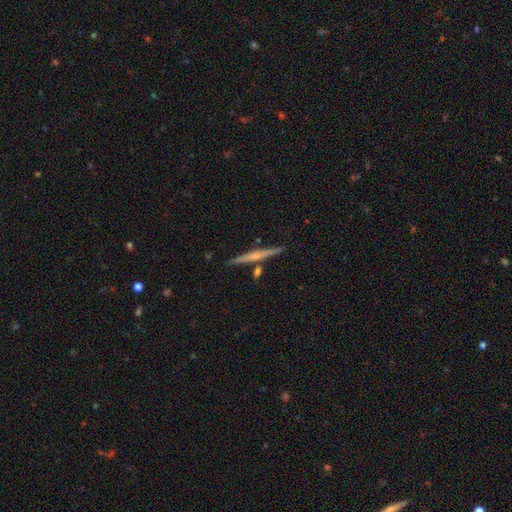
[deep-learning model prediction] Smooth or featured? featured or disk (56%)
Edge-on disk? yes (97%)
Edge-on bulge? none (56%)
Merging? none (85%)